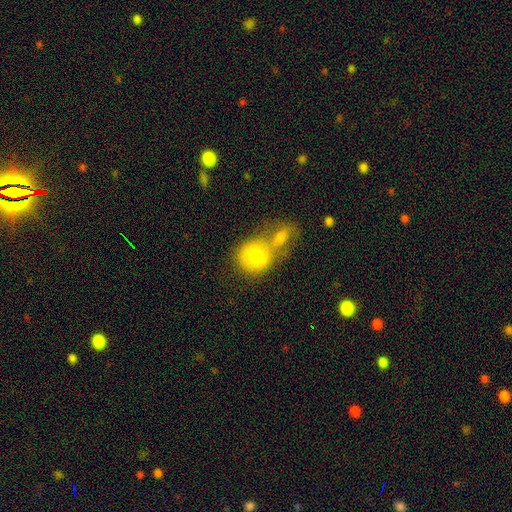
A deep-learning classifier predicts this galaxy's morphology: Smooth or featured? Predicted: smooth (p=0.76). How rounded? Predicted: round (p=0.74). Merging? Predicted: merger (p=0.57).